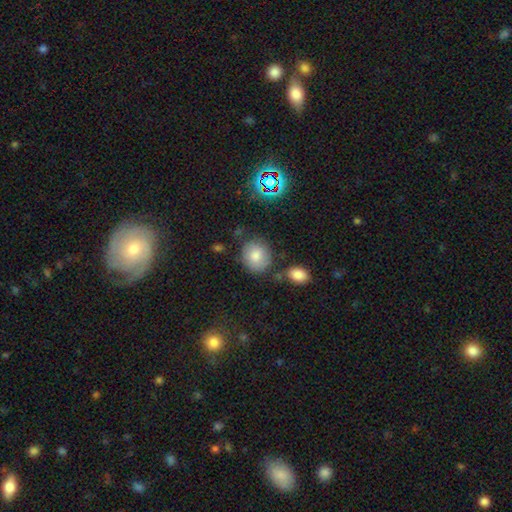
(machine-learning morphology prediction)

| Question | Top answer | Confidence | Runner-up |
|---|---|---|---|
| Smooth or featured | smooth | 78% | star or artifact (11%) |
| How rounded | round | 72% | in between (27%) |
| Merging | none | 74% | minor disturbance (15%) |